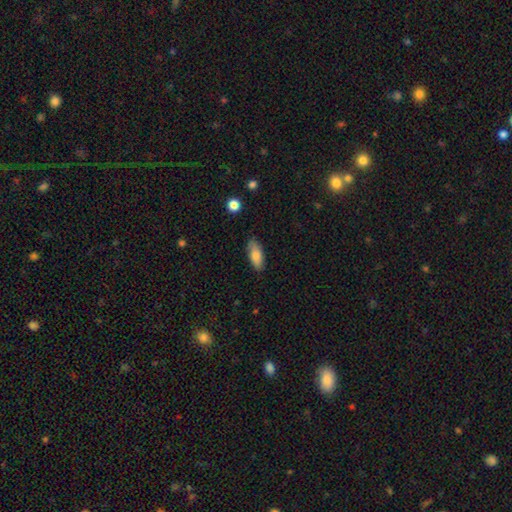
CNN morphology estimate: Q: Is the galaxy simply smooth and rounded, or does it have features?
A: smooth — 79%.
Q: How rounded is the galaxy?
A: in between — 77%.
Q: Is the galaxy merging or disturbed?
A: none — 81%.